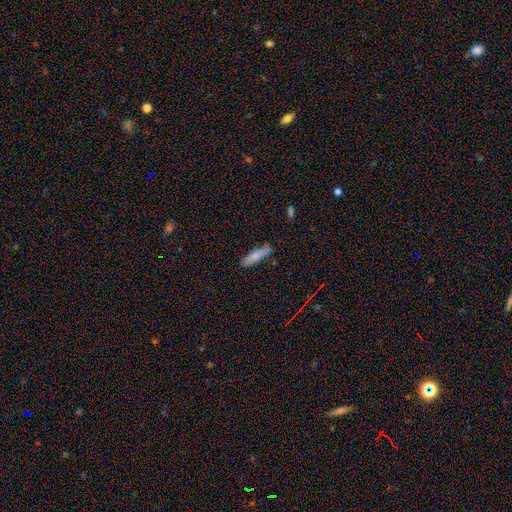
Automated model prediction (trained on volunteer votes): The model was most divided on "how rounded": cigar-shaped: 77%, in between: 21%, round: 2%. More confident: merging — none (77%); smooth or featured — smooth (77%).